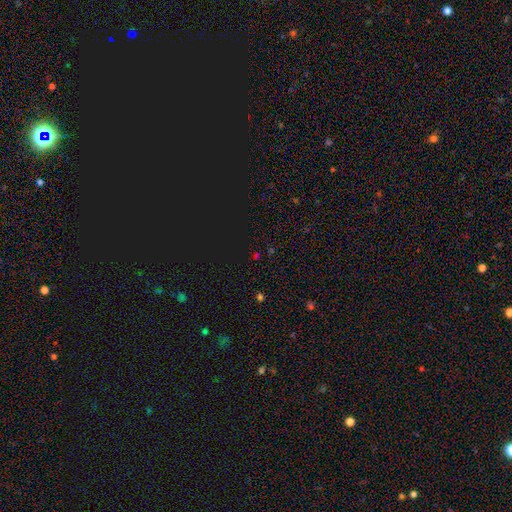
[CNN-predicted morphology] smooth-or-featured: star or artifact: 67% | smooth: 27% | featured or disk: 6%